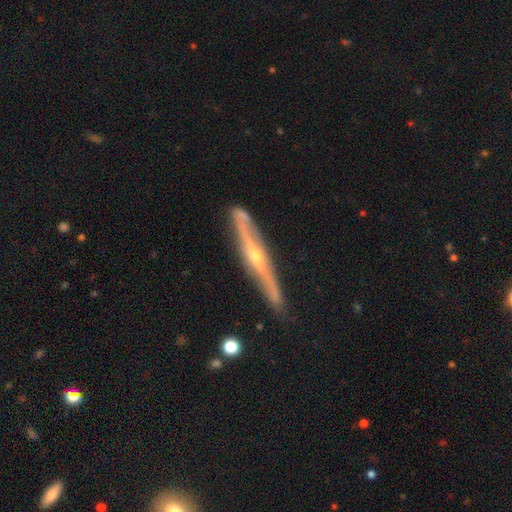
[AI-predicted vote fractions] This is clearly a featured or disk galaxy (81%). It is clearly viewed edge-on (90%). Edge-on bulge: clearly rounded (83%). Merging: likely none (78%).